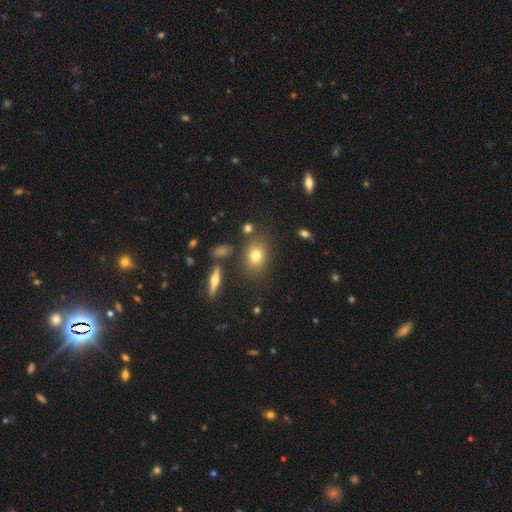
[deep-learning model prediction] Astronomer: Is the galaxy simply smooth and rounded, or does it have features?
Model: smooth — 74%.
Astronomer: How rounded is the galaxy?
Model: in between — 58% (runner-up: round, 40%).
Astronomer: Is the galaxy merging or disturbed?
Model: none — 79%.